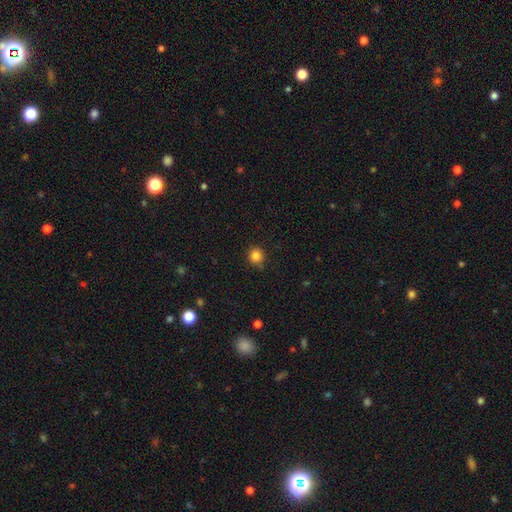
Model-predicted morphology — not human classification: This appears to be a smooth galaxy with no disk features (84%) that is round (91%). Merging: none (82%).